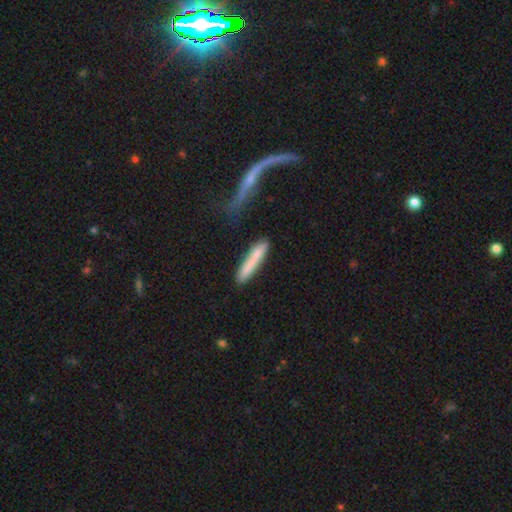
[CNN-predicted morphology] A smooth galaxy with no disk features (70%) that is cigar-shaped (91%).

Vote fractions:
- Smooth or featured? smooth: 70% / featured or disk: 23% / star or artifact: 6%
- How rounded? cigar-shaped: 91% / in between: 7% / round: 2%
- Merging? none: 66% / minor disturbance: 16% / merger: 11% / major disturbance: 7%